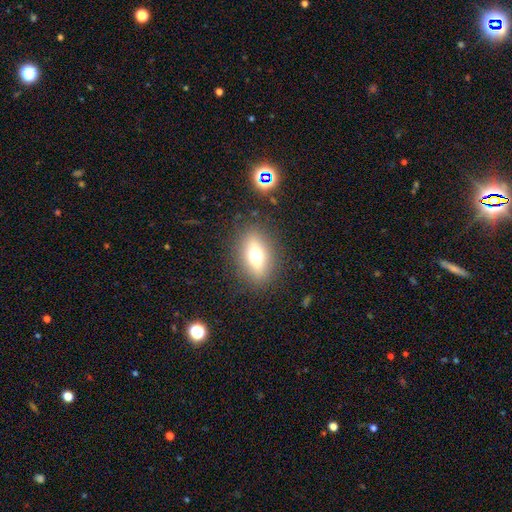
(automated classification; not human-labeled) Smooth or featured? smooth (56%)
How rounded? in between (71%)
Merging? none (85%)